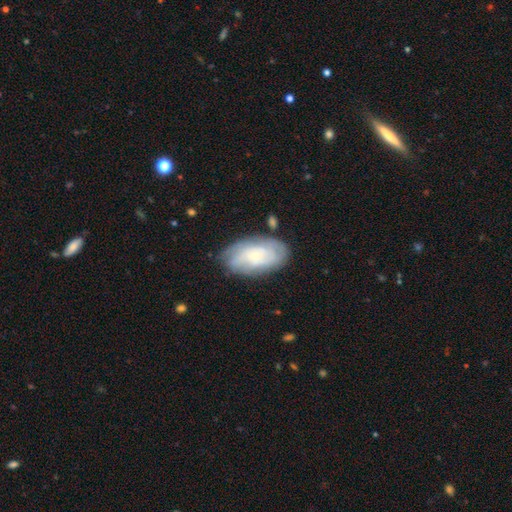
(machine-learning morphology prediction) smooth_or_featured: featured or disk (p=0.58) [alt: smooth p=0.35]
disk_edge_on: no (p=0.94) [alt: yes p=0.06]
bar: no (p=0.78) [alt: weak p=0.19]
has_spiral_arms: yes (p=0.80) [alt: no p=0.20]
bulge_size: small (p=0.77) [alt: moderate p=0.16]
merging: none (p=0.72) [alt: minor disturbance p=0.19]